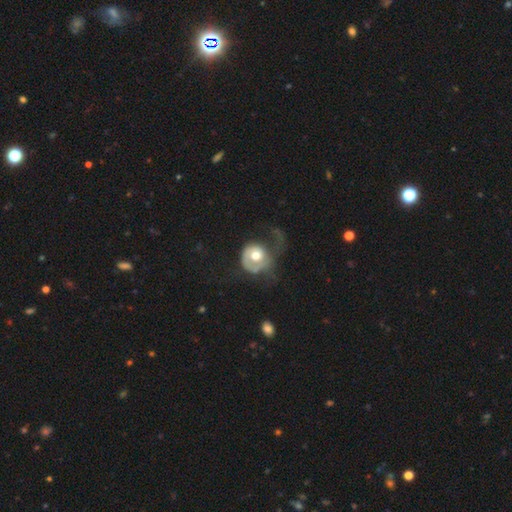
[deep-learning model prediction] featured or disk 47%, smooth 46%, star or artifact 6%. Down the decision tree: merging — major disturbance (55%).